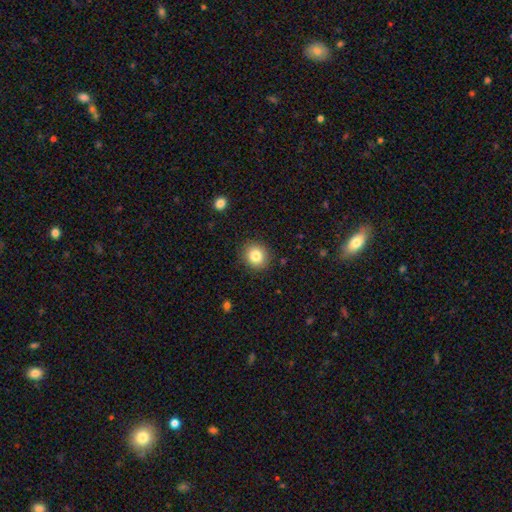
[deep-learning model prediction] smooth 83%, star or artifact 10%, featured or disk 7%. Down the decision tree: how rounded — round (85%); merging — none (89%).